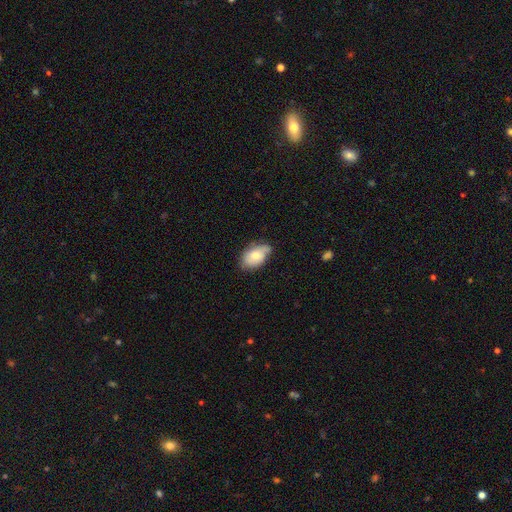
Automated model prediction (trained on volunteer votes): A smooth galaxy with no disk features (69%) that is in between round and cigar-shaped (91%). Merging: none (55%).